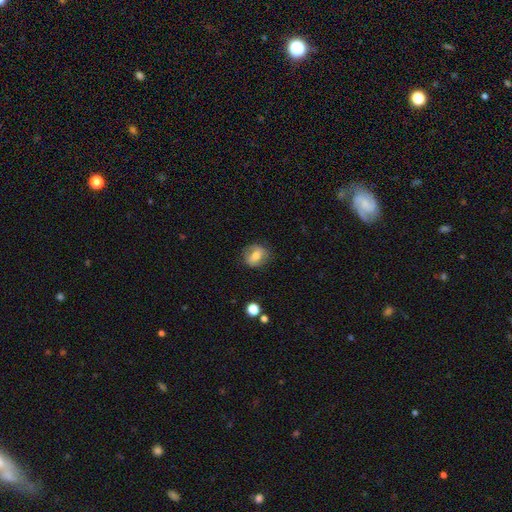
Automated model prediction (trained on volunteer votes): Smooth or featured: smooth — 63% (featured or disk — 28%)
How rounded: round — 57% (in between — 41%)
Merging: none — 78% (minor disturbance — 15%)